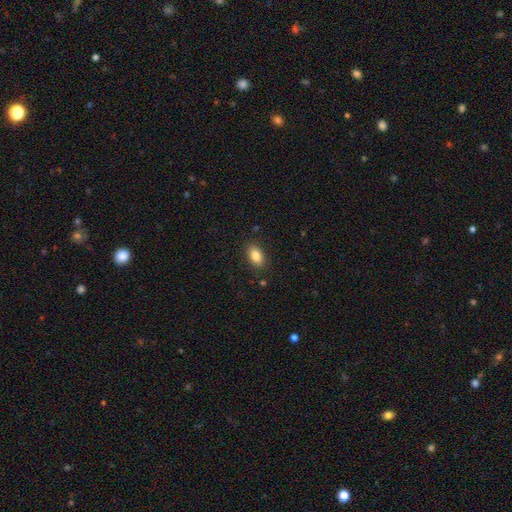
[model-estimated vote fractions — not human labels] Smooth or featured: smooth — 85% (star or artifact — 8%)
How rounded: in between — 89% (round — 9%)
Merging: none — 87% (minor disturbance — 9%)